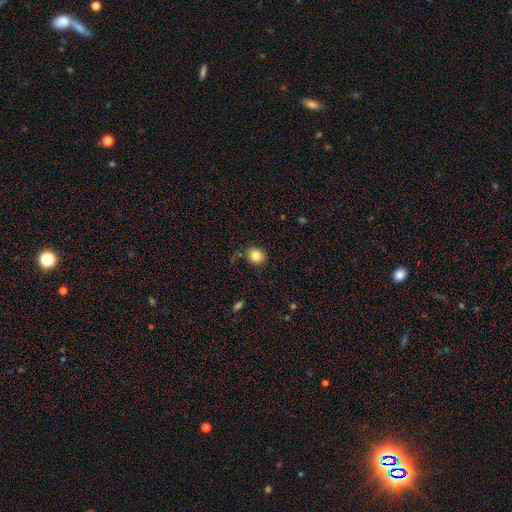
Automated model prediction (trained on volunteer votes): smooth 82%, star or artifact 11%, featured or disk 8%. Down the decision tree: how rounded — round (80%); merging — none (80%).